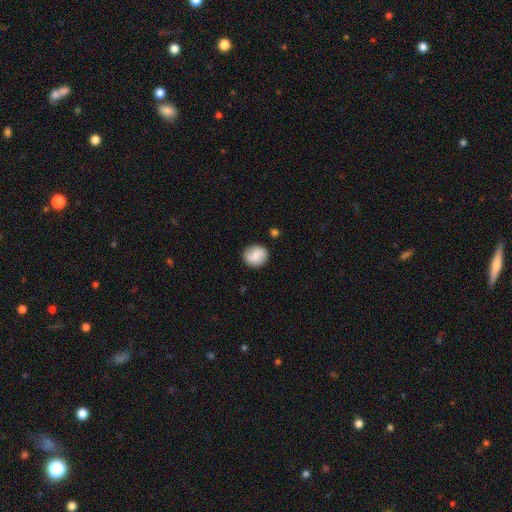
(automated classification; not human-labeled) The model was most divided on "how rounded": round: 83%, in between: 16%, cigar-shaped: 1%. More confident: merging — none (85%); smooth or featured — smooth (80%).